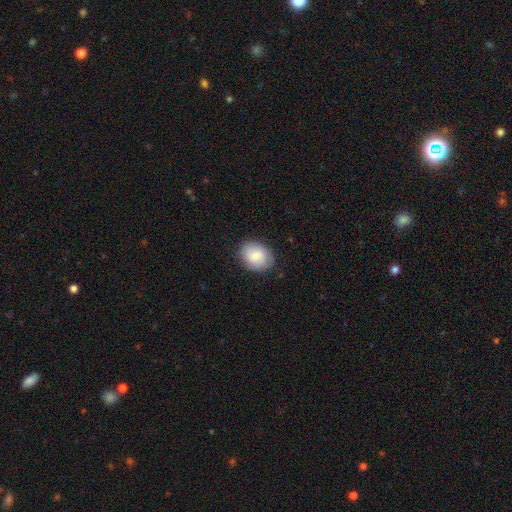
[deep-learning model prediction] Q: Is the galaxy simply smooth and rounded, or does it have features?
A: smooth — 84%.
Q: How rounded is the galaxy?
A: in between — 59%.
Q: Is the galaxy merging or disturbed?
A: none — 83%.